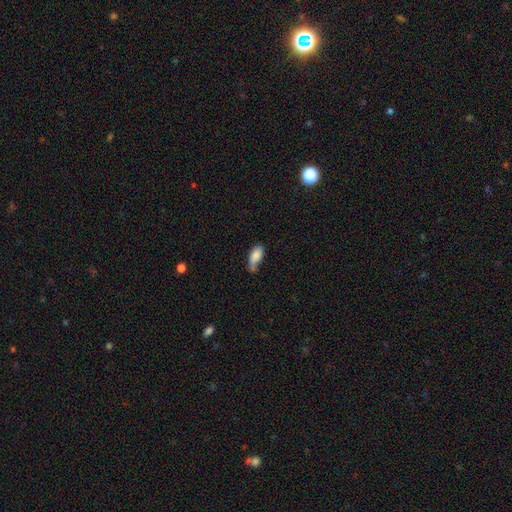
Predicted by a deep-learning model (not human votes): Smooth or featured? smooth (83%)
How rounded? in between (89%)
Merging? none (45%)